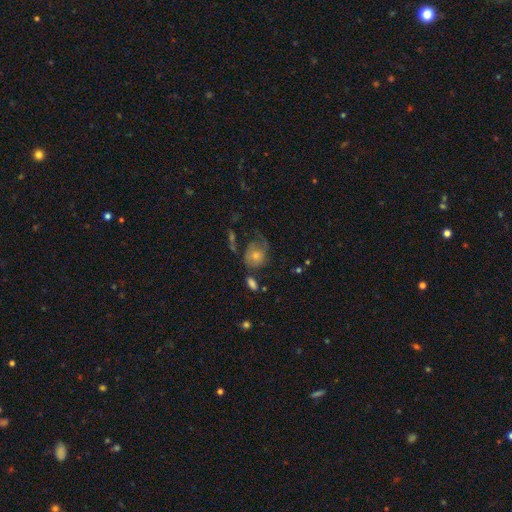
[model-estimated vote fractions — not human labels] A smooth galaxy with no disk features (62%) that is round (52%). Merging: major disturbance (32%).